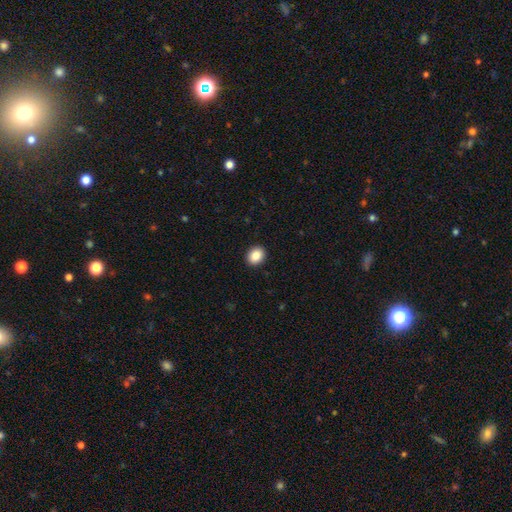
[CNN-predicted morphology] Overall: smooth (86%). How rounded: round (53%; in between 46%). Merging: none (92%).